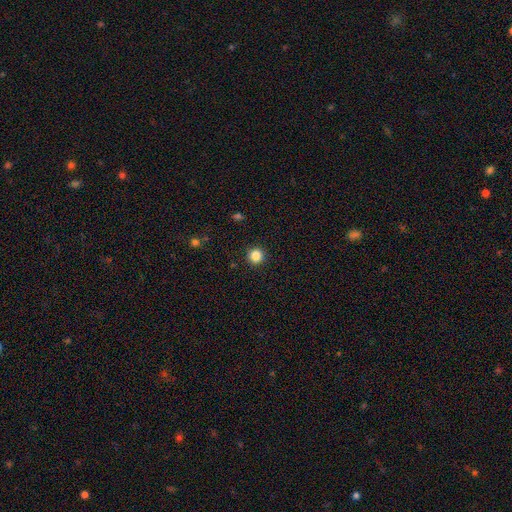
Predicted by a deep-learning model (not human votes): This appears to be a smooth galaxy with no disk features (85%) that is round (95%). Merging: none (93%).